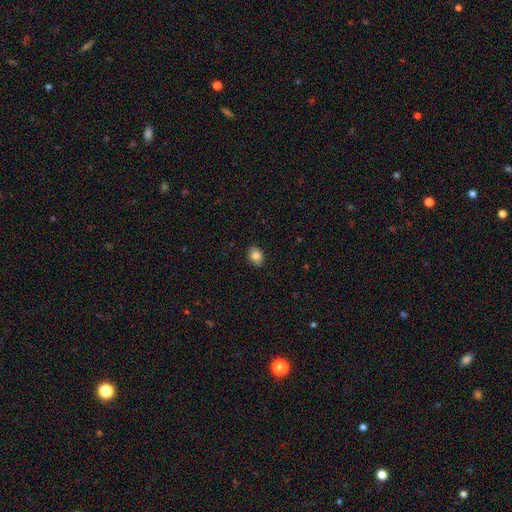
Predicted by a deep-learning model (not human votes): Overall: smooth (83%). How rounded: in between (66%; round 33%). Merging: none (88%).